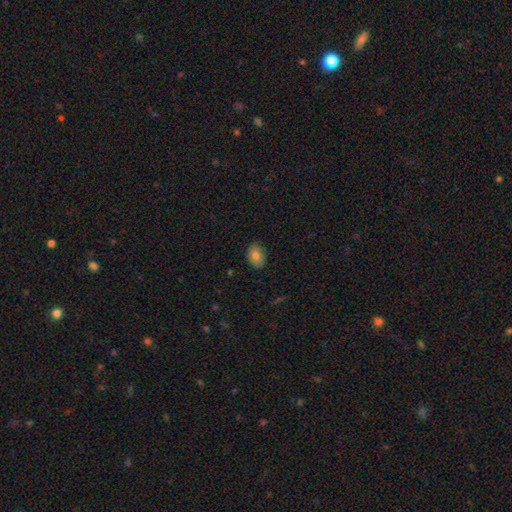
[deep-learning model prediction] A smooth galaxy with no disk features (79%) that is in between round and cigar-shaped (76%). Merging: none (85%).